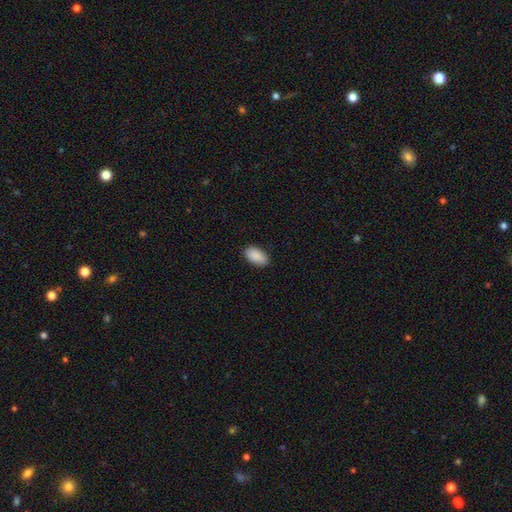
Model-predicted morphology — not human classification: A smooth galaxy with no disk features (91%) that is in between round and cigar-shaped (95%).

Vote fractions:
- Smooth or featured? smooth: 91% / star or artifact: 6% / featured or disk: 3%
- How rounded? in between: 95% / round: 3% / cigar-shaped: 2%
- Merging? none: 86% / minor disturbance: 11% / major disturbance: 2% / merger: 1%